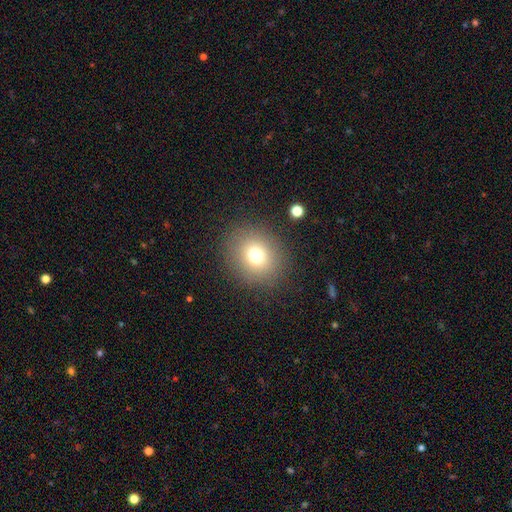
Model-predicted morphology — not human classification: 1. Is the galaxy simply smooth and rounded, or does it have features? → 74% smooth, 15% star or artifact, 11% featured or disk.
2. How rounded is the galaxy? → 78% round, 21% in between, 1% cigar-shaped.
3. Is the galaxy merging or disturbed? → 87% none, 7% minor disturbance, 4% major disturbance, 1% merger.